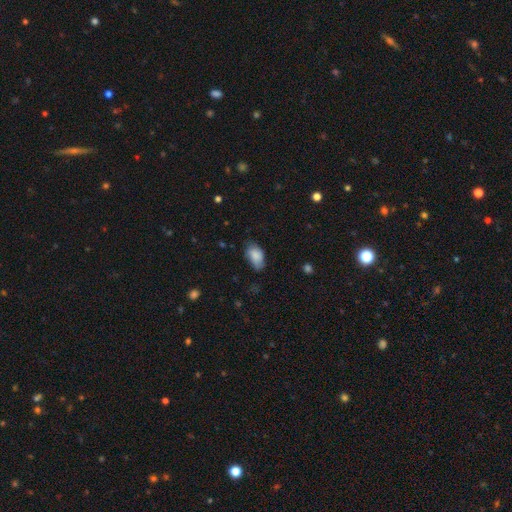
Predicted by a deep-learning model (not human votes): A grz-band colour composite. It shows a smooth galaxy with no disk features (83%) that is in between round and cigar-shaped (92%). Merging: none (52%).